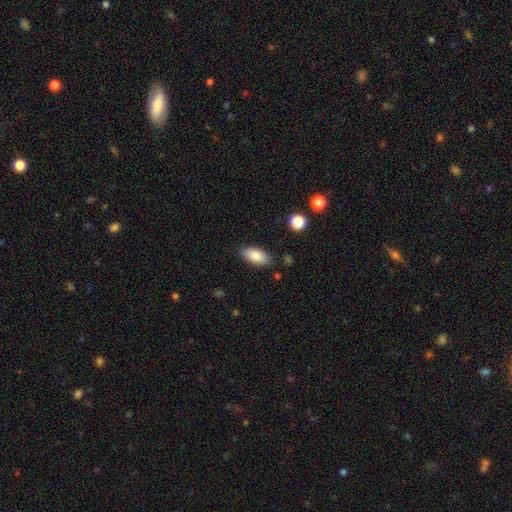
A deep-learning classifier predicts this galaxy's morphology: This appears to be a smooth galaxy with no disk features (85%) that is in between round and cigar-shaped (91%). Merging: none (84%).